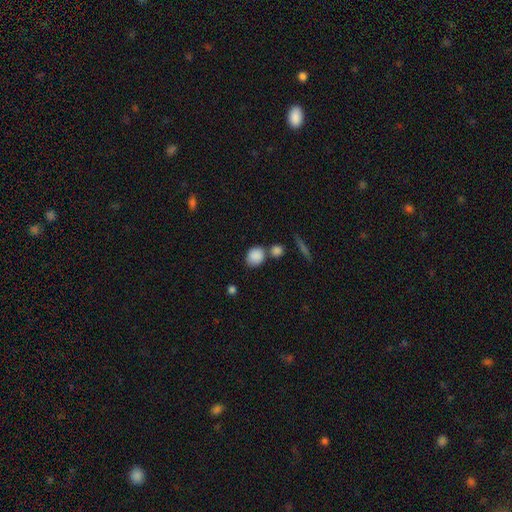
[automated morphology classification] Smooth or featured? Predicted: smooth (p=0.87). How rounded? Predicted: round (p=0.69). Merging? Predicted: none (p=0.62).